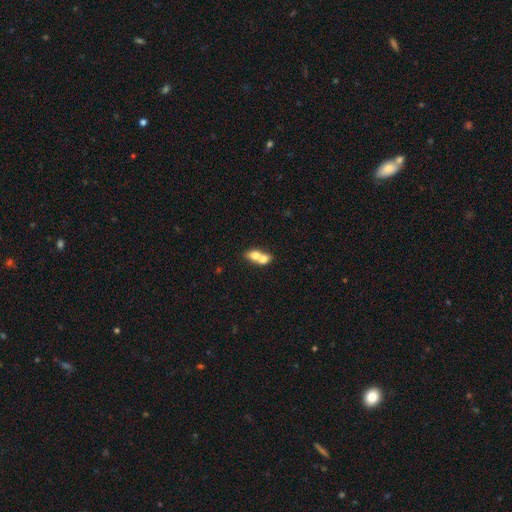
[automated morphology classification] Smooth or featured: smooth — 70% (featured or disk — 23%)
How rounded: in between — 68% (round — 28%)
Merging: merger — 73% (none — 18%)